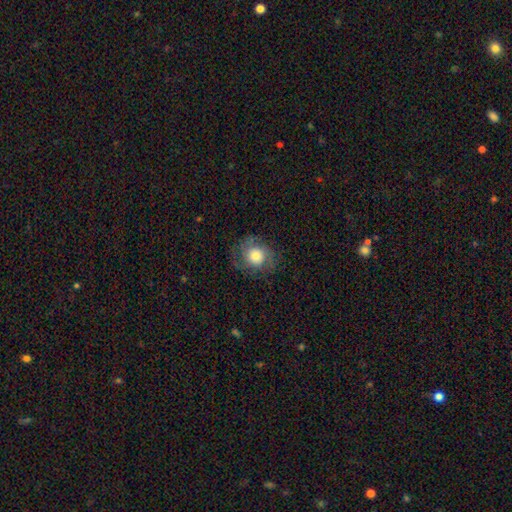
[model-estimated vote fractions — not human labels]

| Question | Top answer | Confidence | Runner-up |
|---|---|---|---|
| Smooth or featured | featured or disk | 49% | smooth (42%) |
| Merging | none | 73% | minor disturbance (16%) |